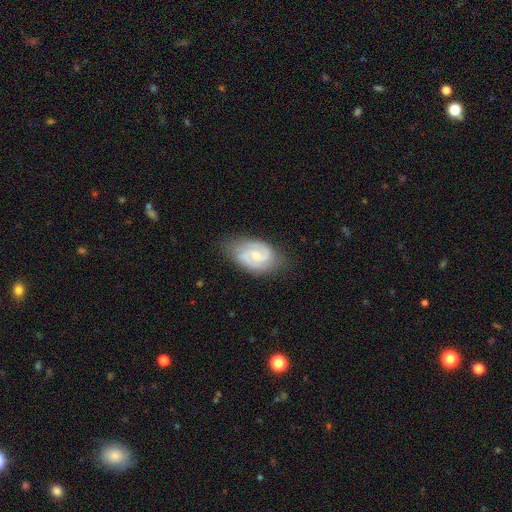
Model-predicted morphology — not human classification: Smooth or featured? Predicted: featured or disk (p=0.80). Edge-on disk? Predicted: no (p=0.97). Bar? Predicted: weak (p=0.48). Spiral arms? Predicted: yes (p=0.95). Spiral winding? Predicted: medium (p=0.48). Spiral arm count? Predicted: 2 (p=0.78). Bulge size? Predicted: small (p=0.56). Merging? Predicted: none (p=0.74).